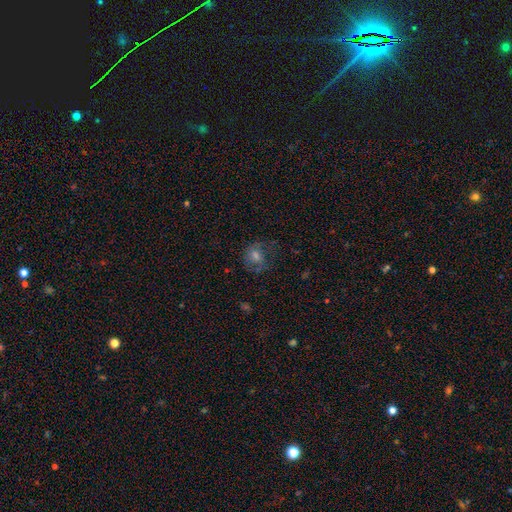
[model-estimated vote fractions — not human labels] smooth-or-featured: smooth: 48% | featured or disk: 33% | star or artifact: 19%
  merging: none: 58% | minor disturbance: 21% | major disturbance: 20% | merger: 2%